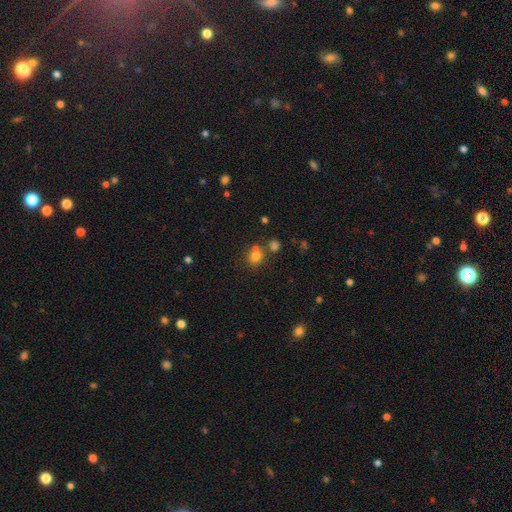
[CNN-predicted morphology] A smooth galaxy with no disk features (75%) that is round (82%).

Vote fractions:
- Smooth or featured? smooth: 75% / star or artifact: 17% / featured or disk: 8%
- How rounded? round: 82% / in between: 17% / cigar-shaped: 1%
- Merging? none: 60% / merger: 27% / minor disturbance: 9% / major disturbance: 4%